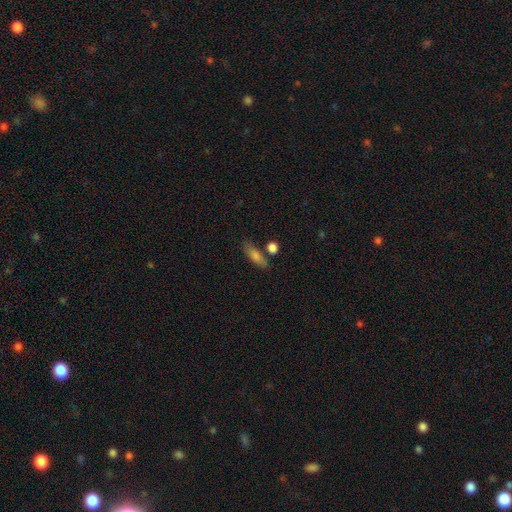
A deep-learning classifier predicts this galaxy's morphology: type=smooth (77%); roundness=in between (52%); merging=none (71%).